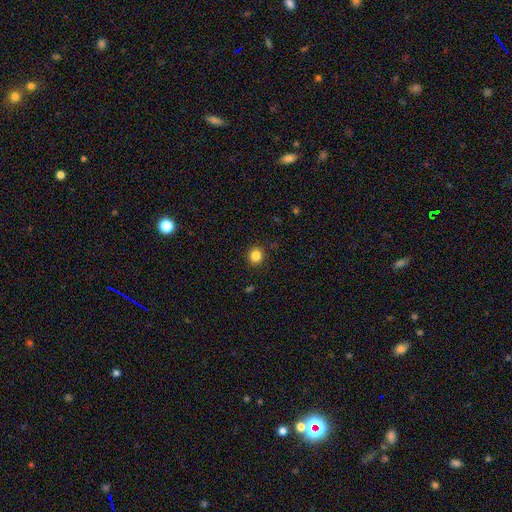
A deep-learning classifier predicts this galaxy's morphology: Smooth or featured? smooth (85%)
How rounded? round (86%)
Merging? none (89%)